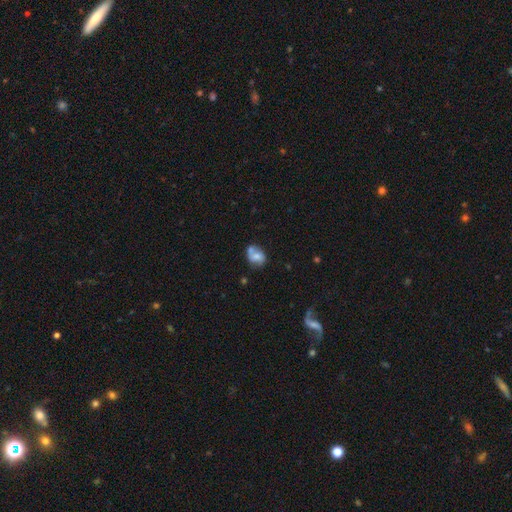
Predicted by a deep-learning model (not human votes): A smooth galaxy with no disk features (49%). Merging: none (44%).